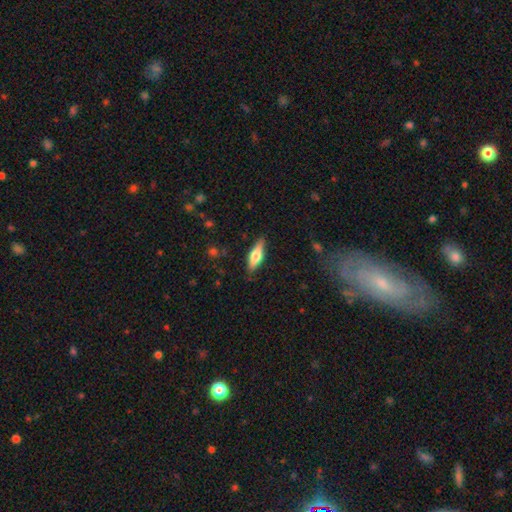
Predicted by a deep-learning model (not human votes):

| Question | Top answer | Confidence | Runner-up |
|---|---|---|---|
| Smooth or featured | smooth | 57% | featured or disk (37%) |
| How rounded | cigar-shaped | 50% | in between (48%) |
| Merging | none | 84% | minor disturbance (12%) |